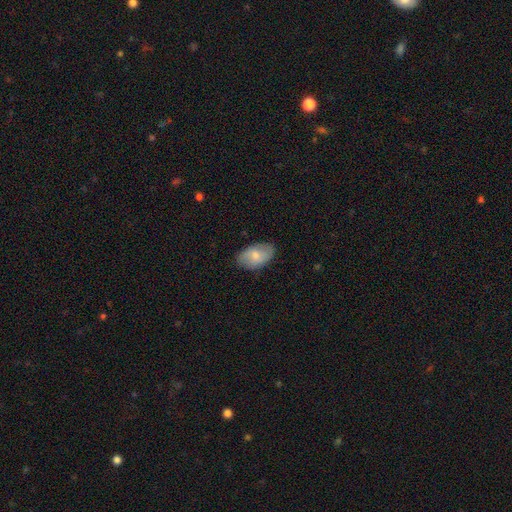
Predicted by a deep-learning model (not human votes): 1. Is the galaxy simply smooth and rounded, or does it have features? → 63% smooth, 30% featured or disk, 6% star or artifact.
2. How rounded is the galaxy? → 91% in between, 7% round, 1% cigar-shaped.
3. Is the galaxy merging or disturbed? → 81% none, 15% minor disturbance, 3% major disturbance, 1% merger.